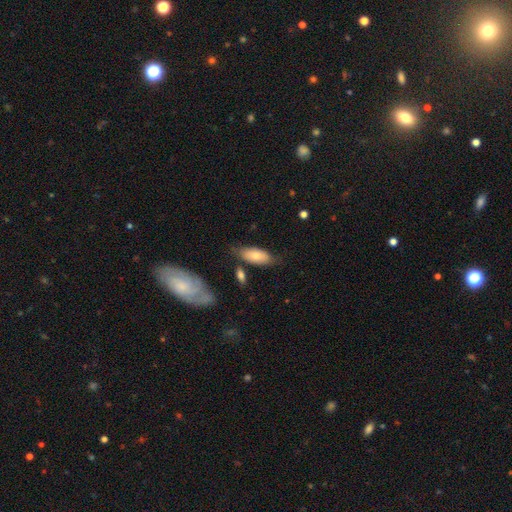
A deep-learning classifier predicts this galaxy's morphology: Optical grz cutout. It shows a smooth galaxy with no disk features (75%) that is in between round and cigar-shaped (87%). Merging: none (68%).